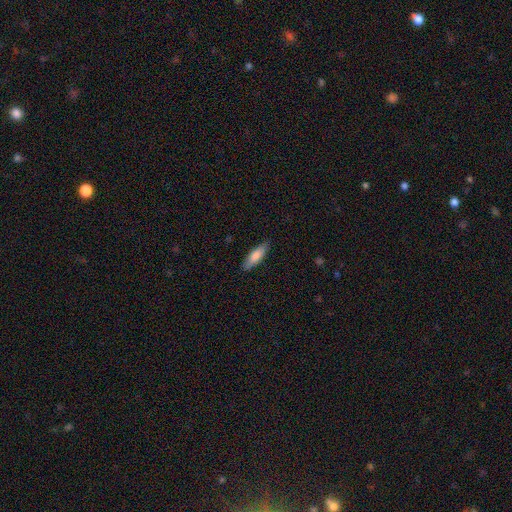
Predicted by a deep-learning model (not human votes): Morphology: type=smooth (79%); roundness=cigar-shaped (51%); merging=none (87%).